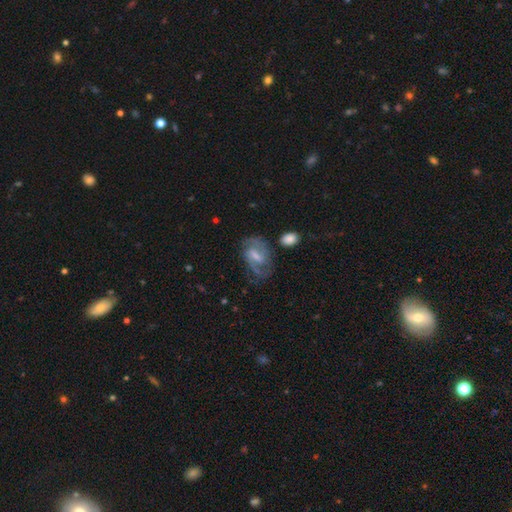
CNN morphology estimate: Smooth or featured? featured or disk (72%)
Edge-on disk? no (96%)
Bar? weak (55%)
Spiral arms? yes (89%)
Spiral winding? medium (50%)
Spiral arm count? 2 (73%)
Bulge size? small (42%)
Merging? none (60%)